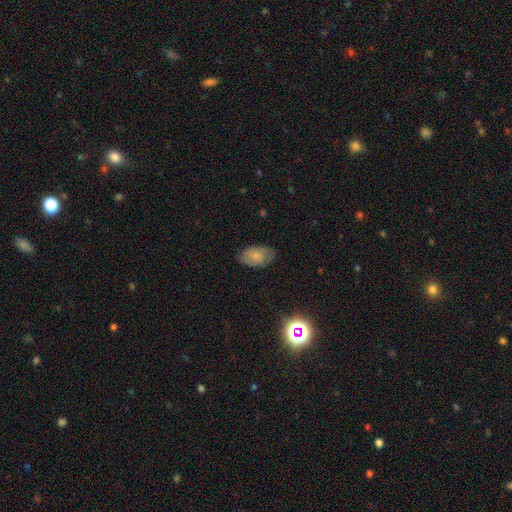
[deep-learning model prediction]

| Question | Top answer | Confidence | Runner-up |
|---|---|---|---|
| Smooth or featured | smooth | 74% | featured or disk (17%) |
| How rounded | in between | 91% | round (7%) |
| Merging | none | 77% | minor disturbance (18%) |